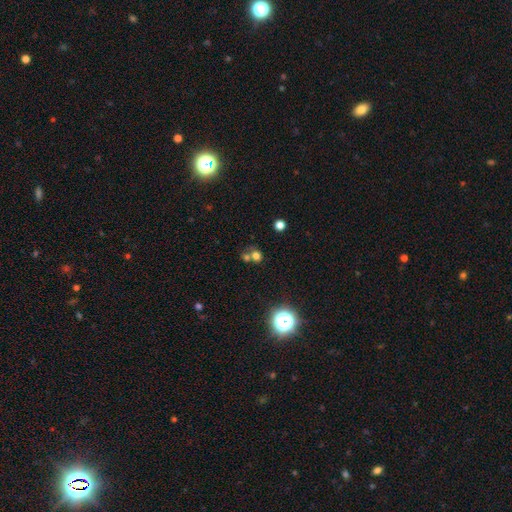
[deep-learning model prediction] A smooth galaxy with no disk features (68%) that is round (77%).

Vote fractions:
- Smooth or featured? smooth: 68% / star or artifact: 22% / featured or disk: 11%
- How rounded? round: 77% / in between: 22% / cigar-shaped: 1%
- Merging? none: 46% / merger: 40% / minor disturbance: 9% / major disturbance: 5%